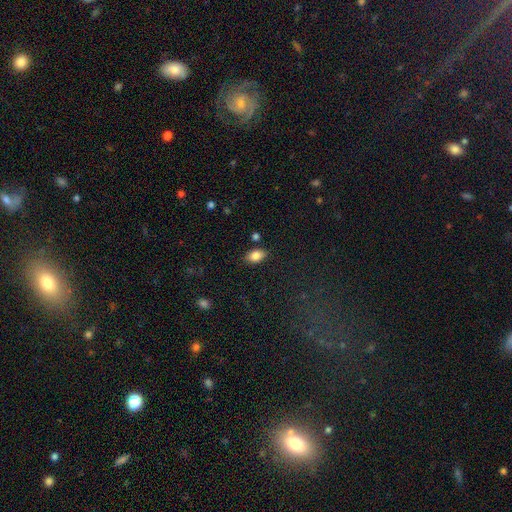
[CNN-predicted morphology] Q: Smooth or featured?
A: smooth (84%); runner-up: star or artifact (8%)
Q: How rounded?
A: in between (89%); runner-up: round (9%)
Q: Merging?
A: none (83%); runner-up: minor disturbance (11%)